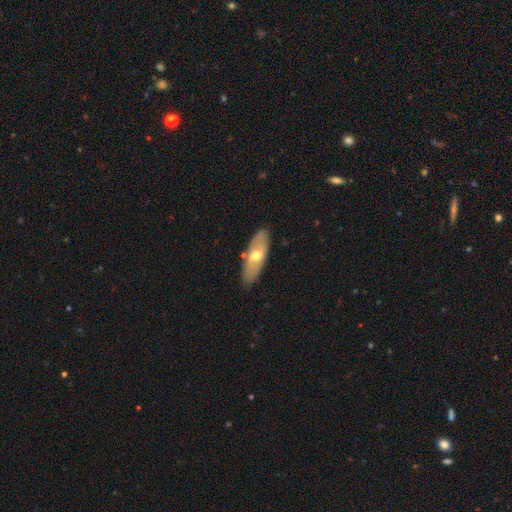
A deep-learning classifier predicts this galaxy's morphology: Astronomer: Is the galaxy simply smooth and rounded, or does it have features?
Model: smooth — 50% (runner-up: featured or disk, 45%).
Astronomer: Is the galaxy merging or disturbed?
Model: none — 85%.